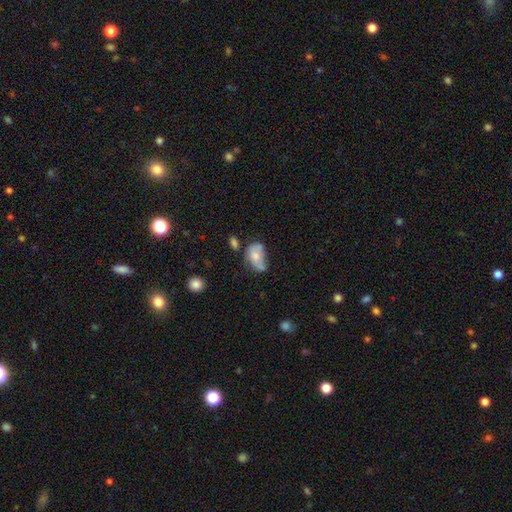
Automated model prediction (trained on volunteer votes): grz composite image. It shows a smooth galaxy with no disk features (63%) that is in between round and cigar-shaped (83%). Merging: minor disturbance (35%).